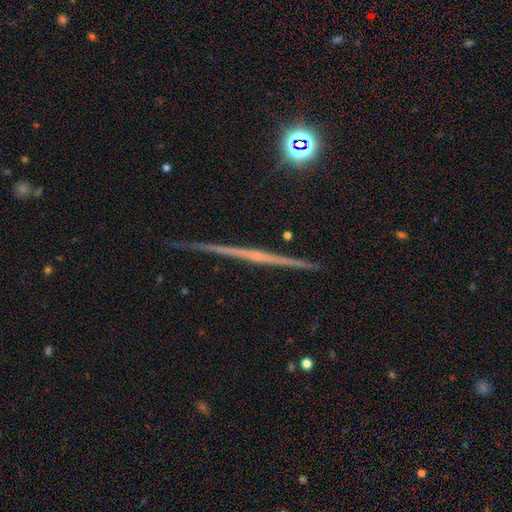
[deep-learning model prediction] A featured or disk galaxy (75%) viewed edge-on (98%) with no central bulge (72%). Merging: none (91%).